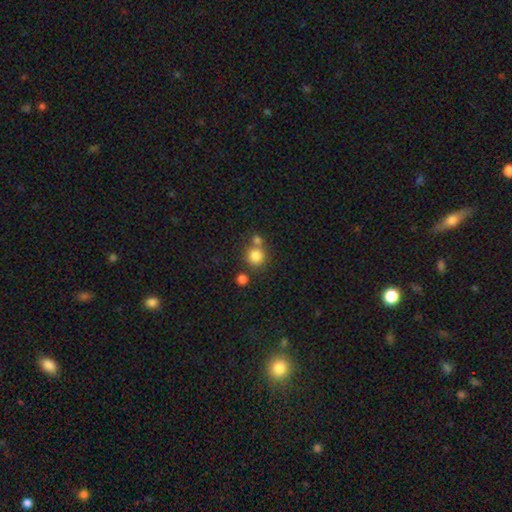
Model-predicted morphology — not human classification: Smooth or featured?
  - smooth: 82% *
  - star or artifact: 11%
  - featured or disk: 7%
How rounded?
  - round: 91% *
  - in between: 8%
  - cigar-shaped: 1%
Merging?
  - none: 64% *
  - merger: 25%
  - minor disturbance: 8%
  - major disturbance: 3%